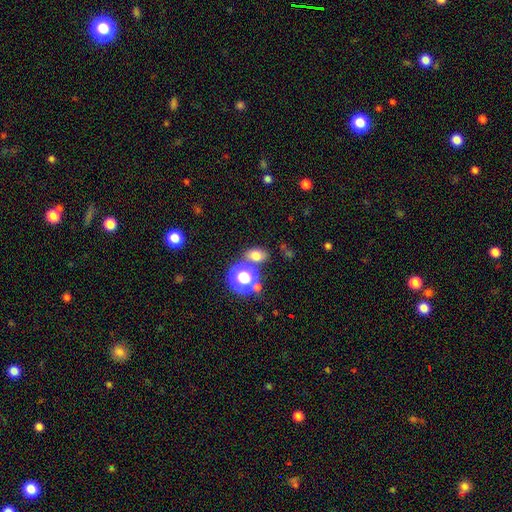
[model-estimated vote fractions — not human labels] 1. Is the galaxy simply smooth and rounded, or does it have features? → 71% smooth, 19% star or artifact, 9% featured or disk.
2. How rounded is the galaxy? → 62% in between, 36% round, 2% cigar-shaped.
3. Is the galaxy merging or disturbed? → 67% none, 16% merger, 12% minor disturbance, 5% major disturbance.